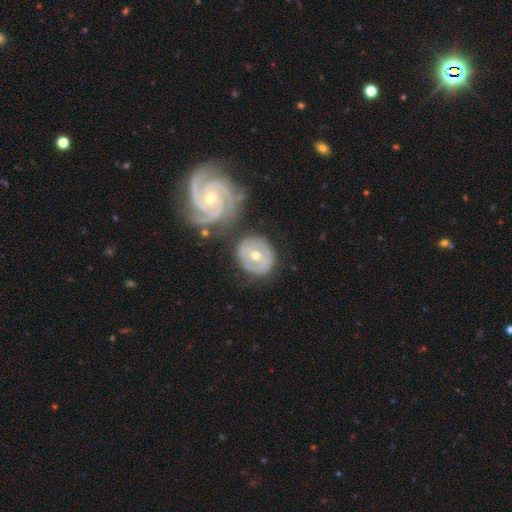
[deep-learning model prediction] smooth-or-featured: featured or disk: 69% | smooth: 26% | star or artifact: 6%
  disk-edge-on: no: 96% | yes: 4%
    bar: no: 61% | weak: 27% | strong: 12%
    has-spiral-arms: yes: 78% | no: 22%
      spiral-winding: tight: 68% | medium: 26% | loose: 6%
      spiral-arm-count: 2: 37% | 3: 26% | can't tell: 24% | 4: 6% | 1: 5% | more than 4: 3%
    bulge-size: moderate: 63% | small: 33% | large: 2% | none: 1% | dominant: 1%
  merging: none: 67% | minor disturbance: 15% | merger: 13% | major disturbance: 5%